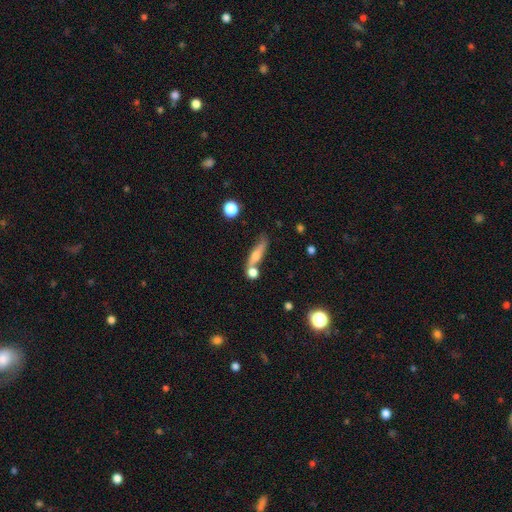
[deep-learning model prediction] Q: Smooth or featured?
A: smooth (50%); runner-up: featured or disk (41%)
Q: Merging?
A: none (56%); runner-up: merger (23%)